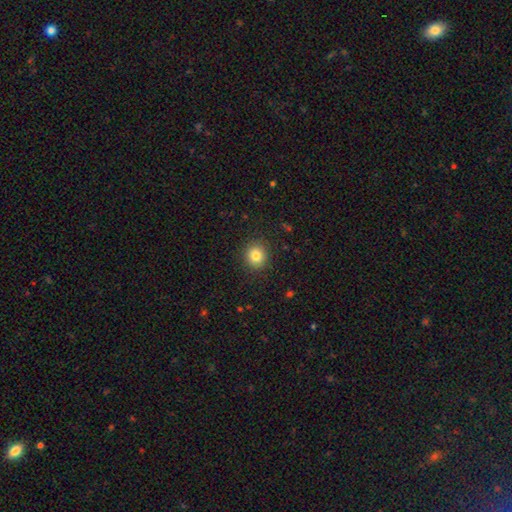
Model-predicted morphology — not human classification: This is clearly a smooth galaxy (83%). How rounded: clearly round (86%). Merging: clearly none (91%).